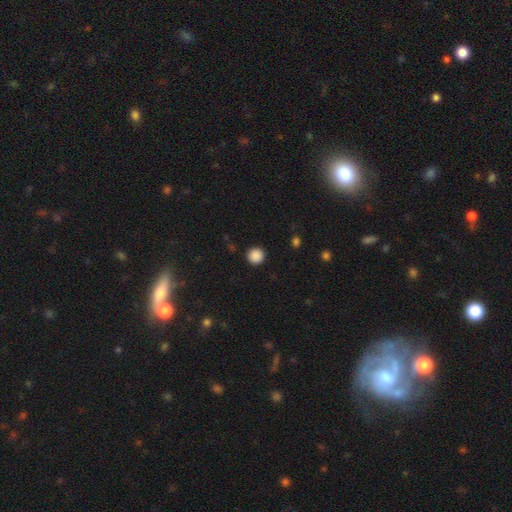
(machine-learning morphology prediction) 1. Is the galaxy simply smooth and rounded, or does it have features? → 88% smooth, 9% star or artifact, 2% featured or disk.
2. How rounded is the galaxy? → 96% round, 3% in between, 1% cigar-shaped.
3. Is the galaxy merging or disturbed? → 93% none, 4% minor disturbance, 2% major disturbance, 1% merger.